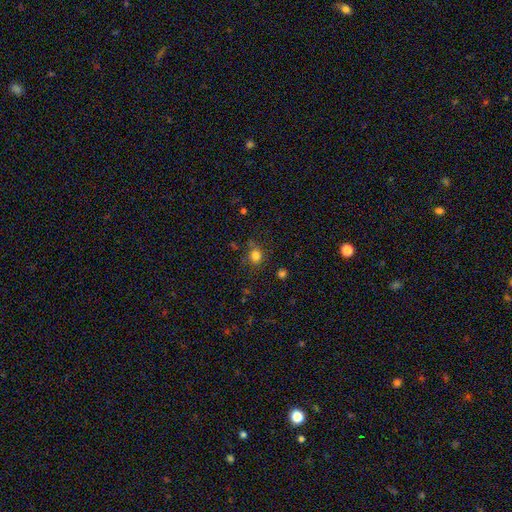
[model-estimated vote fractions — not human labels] Smooth or featured?
  - smooth: 80% *
  - star or artifact: 15%
  - featured or disk: 5%
How rounded?
  - round: 81% *
  - in between: 18%
  - cigar-shaped: 1%
Merging?
  - none: 73% *
  - minor disturbance: 17%
  - major disturbance: 6%
  - merger: 5%